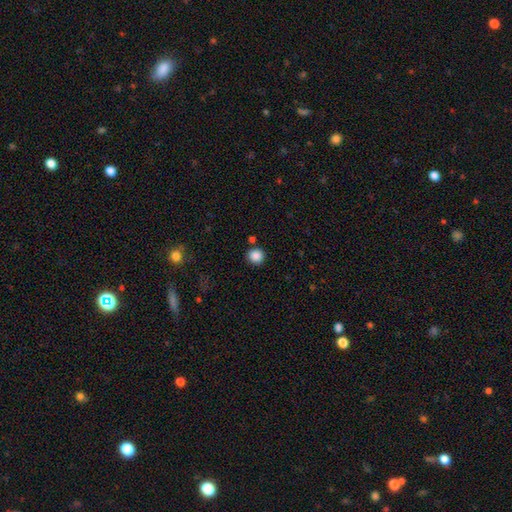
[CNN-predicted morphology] smooth-or-featured: smooth: 87% | star or artifact: 10% | featured or disk: 3%
  how-rounded: round: 90% | in between: 9% | cigar-shaped: 1%
  merging: none: 85% | minor disturbance: 8% | merger: 5% | major disturbance: 3%